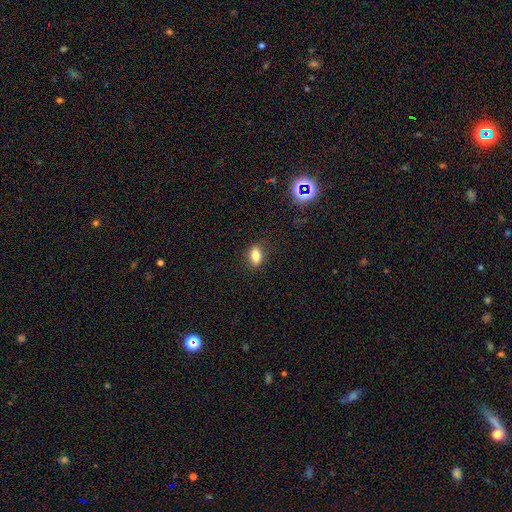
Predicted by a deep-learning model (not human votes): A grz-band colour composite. It shows a smooth galaxy with no disk features (77%) that is in between round and cigar-shaped (81%). Merging: none (86%).